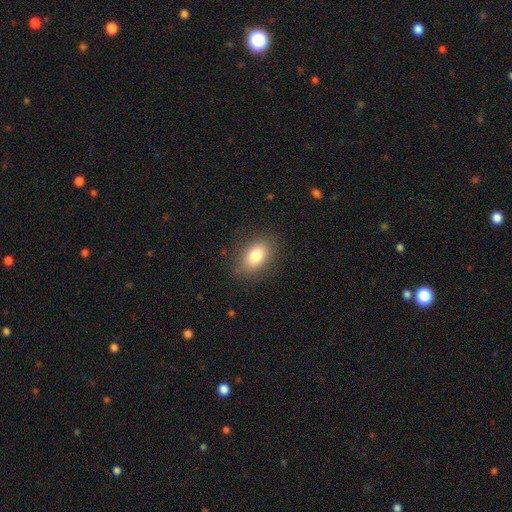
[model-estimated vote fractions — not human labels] smooth-or-featured: smooth: 82% | featured or disk: 10% | star or artifact: 8%
  how-rounded: in between: 87% | round: 12% | cigar-shaped: 2%
  merging: none: 84% | minor disturbance: 11% | major disturbance: 4% | merger: 1%